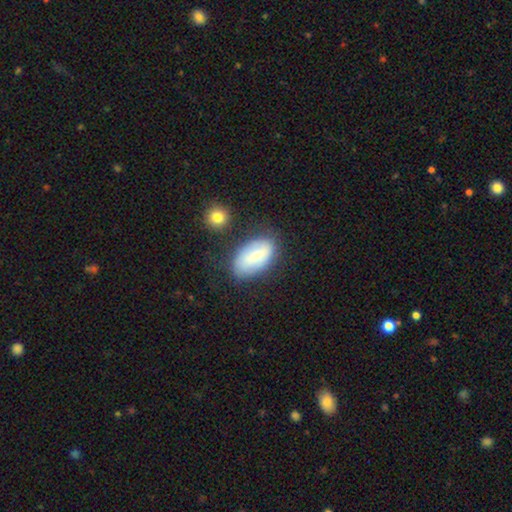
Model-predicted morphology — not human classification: Smooth or featured: smooth — 66% (featured or disk — 27%)
How rounded: in between — 93% (round — 4%)
Merging: none — 69% (minor disturbance — 20%)